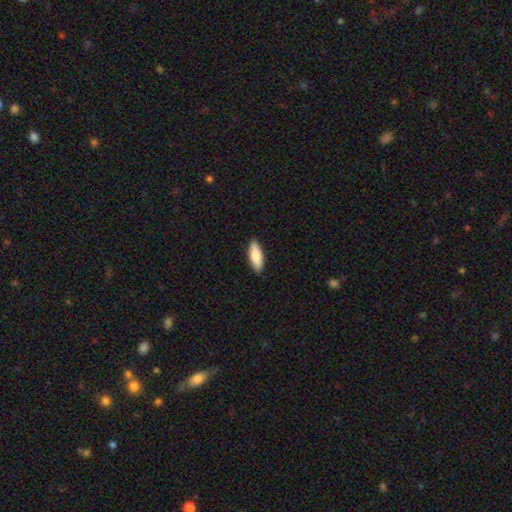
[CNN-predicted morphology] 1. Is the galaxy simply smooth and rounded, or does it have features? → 80% smooth, 15% featured or disk, 5% star or artifact.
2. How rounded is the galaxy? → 66% in between, 32% cigar-shaped, 2% round.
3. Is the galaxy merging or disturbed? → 90% none, 7% minor disturbance, 1% major disturbance, 1% merger.